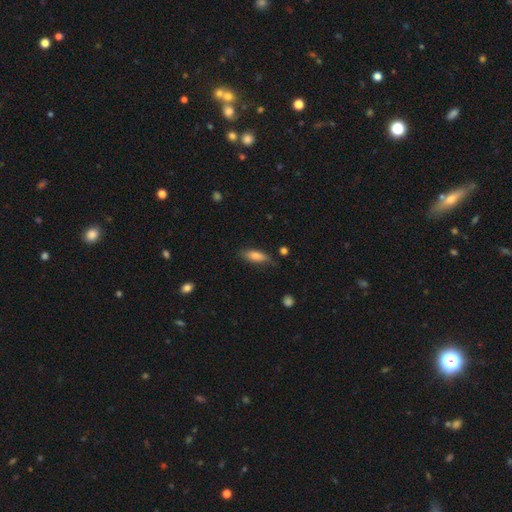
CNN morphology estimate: This is likely a smooth galaxy (78%). How rounded: likely in between (64%). Merging: likely none (68%).